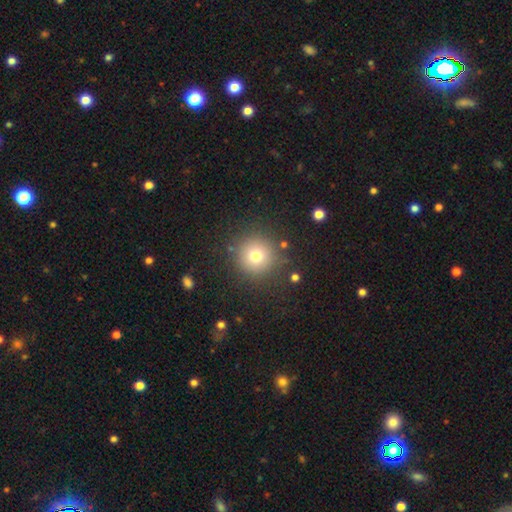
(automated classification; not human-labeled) Smooth or featured: smooth — 74% (star or artifact — 16%)
How rounded: round — 95% (in between — 4%)
Merging: none — 87% (minor disturbance — 7%)